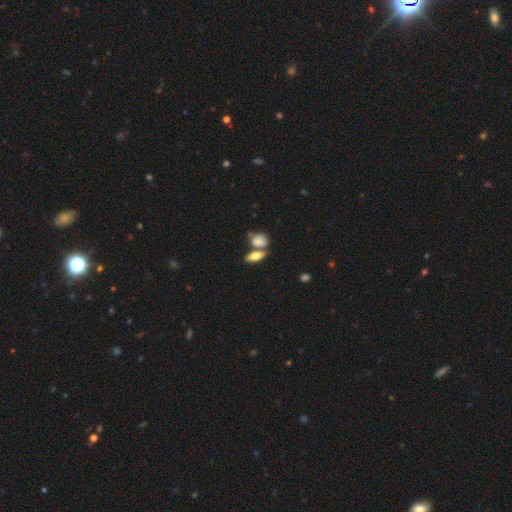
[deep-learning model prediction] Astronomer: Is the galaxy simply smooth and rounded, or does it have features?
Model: smooth — 76%.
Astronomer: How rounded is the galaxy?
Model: in between — 77%.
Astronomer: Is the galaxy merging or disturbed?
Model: none — 50% (runner-up: merger, 35%).